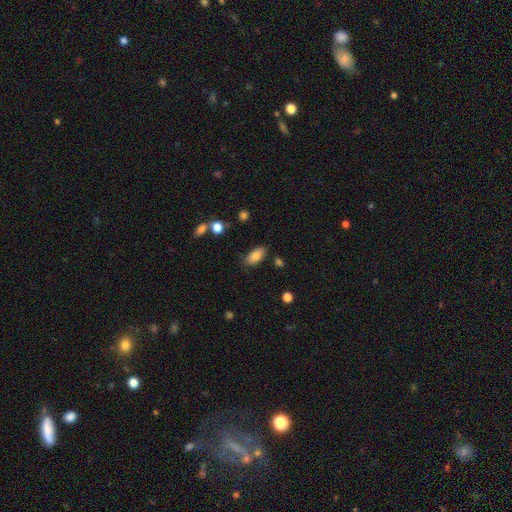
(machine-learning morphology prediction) Overall: smooth (83%). How rounded: in between (92%). Merging: none (78%).